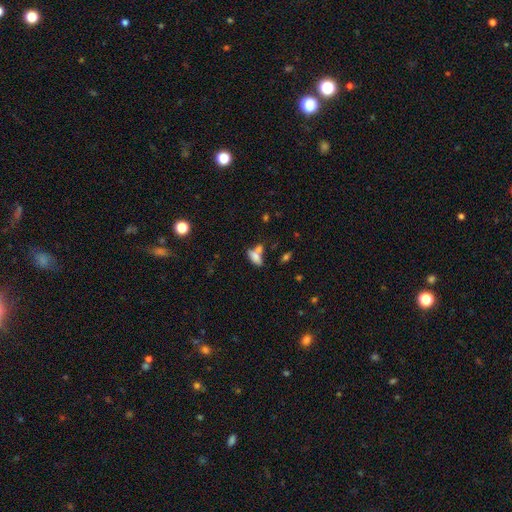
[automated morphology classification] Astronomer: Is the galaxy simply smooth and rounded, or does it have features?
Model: smooth — 73%.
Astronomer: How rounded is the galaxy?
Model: in between — 81%.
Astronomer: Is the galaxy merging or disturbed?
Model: merger — 41% (runner-up: none, 38%).